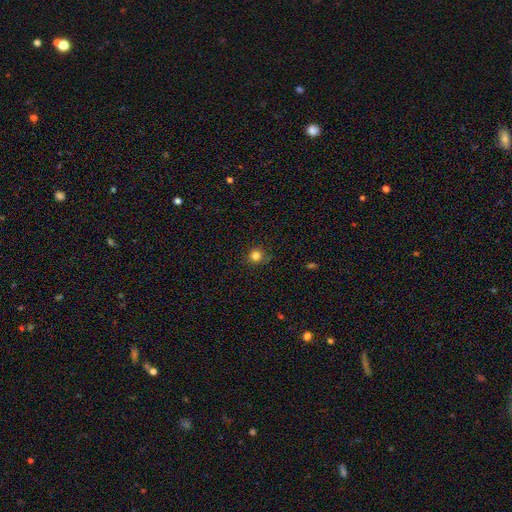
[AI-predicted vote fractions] smooth-or-featured: smooth: 82% | star or artifact: 13% | featured or disk: 5%
  how-rounded: round: 93% | in between: 6% | cigar-shaped: 1%
  merging: none: 85% | minor disturbance: 11% | major disturbance: 3% | merger: 1%